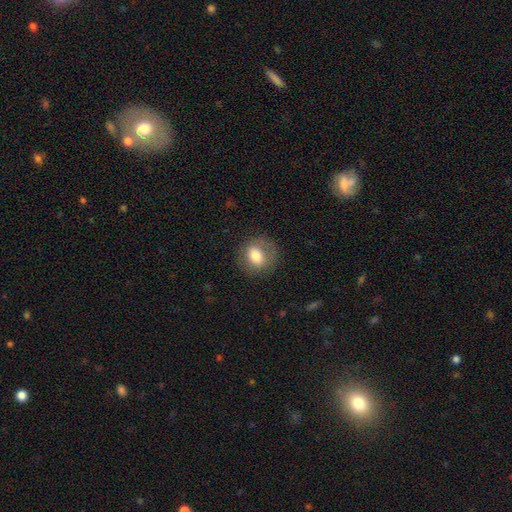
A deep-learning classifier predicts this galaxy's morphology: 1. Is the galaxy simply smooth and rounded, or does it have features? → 72% smooth, 20% featured or disk, 8% star or artifact.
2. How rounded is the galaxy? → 63% round, 35% in between, 1% cigar-shaped.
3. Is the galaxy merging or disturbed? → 80% none, 13% minor disturbance, 6% major disturbance, 1% merger.